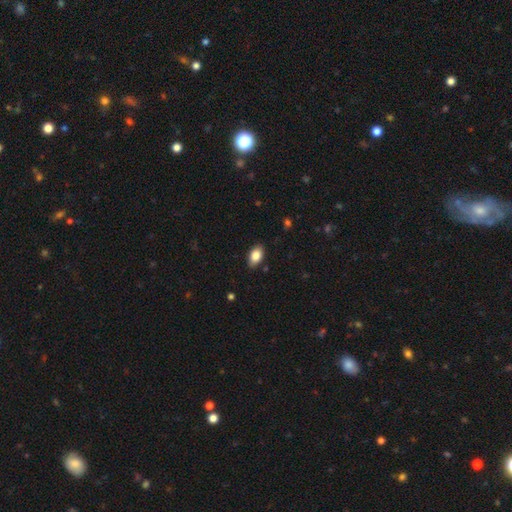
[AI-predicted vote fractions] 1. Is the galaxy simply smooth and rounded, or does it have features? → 85% smooth, 8% featured or disk, 7% star or artifact.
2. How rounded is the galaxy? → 92% in between, 6% round, 2% cigar-shaped.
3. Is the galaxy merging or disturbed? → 86% none, 11% minor disturbance, 2% major disturbance, 1% merger.